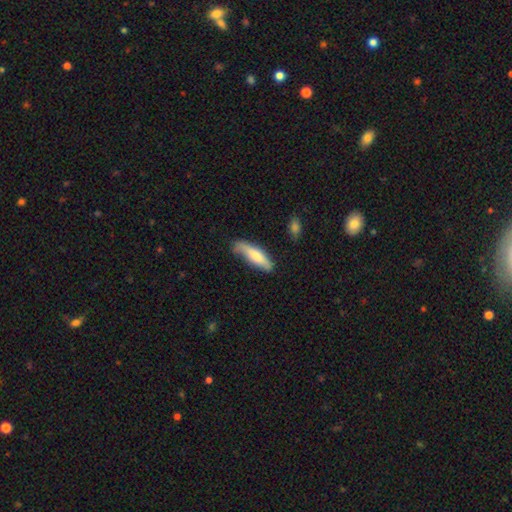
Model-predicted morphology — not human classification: Smooth or featured?
  - smooth: 68% *
  - featured or disk: 26%
  - star or artifact: 6%
How rounded?
  - cigar-shaped: 68% *
  - in between: 30%
  - round: 2%
Merging?
  - none: 68% *
  - minor disturbance: 24%
  - major disturbance: 5%
  - merger: 2%